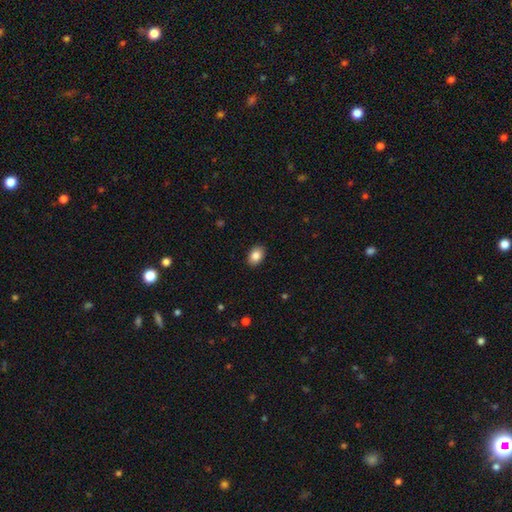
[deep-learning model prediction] smooth 86%, star or artifact 8%, featured or disk 6%. Down the decision tree: how rounded — in between (80%); merging — none (90%).